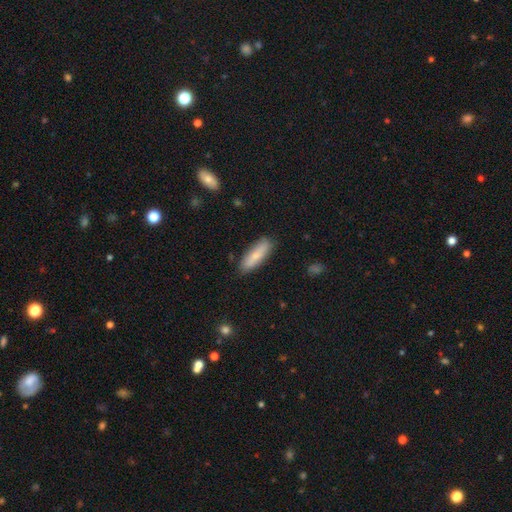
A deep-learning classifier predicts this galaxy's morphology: type=smooth (75%); roundness=cigar-shaped (54%); merging=none (85%).